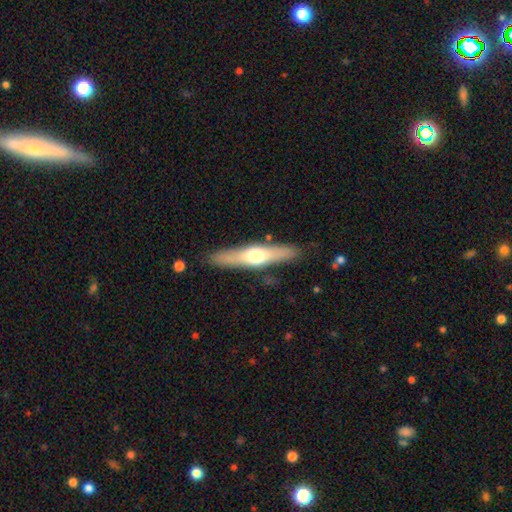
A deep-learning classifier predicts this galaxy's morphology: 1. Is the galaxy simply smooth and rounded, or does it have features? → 52% featured or disk, 43% smooth, 5% star or artifact.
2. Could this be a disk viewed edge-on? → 89% yes, 11% no.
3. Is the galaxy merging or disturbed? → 87% none, 9% minor disturbance, 2% major disturbance, 2% merger.